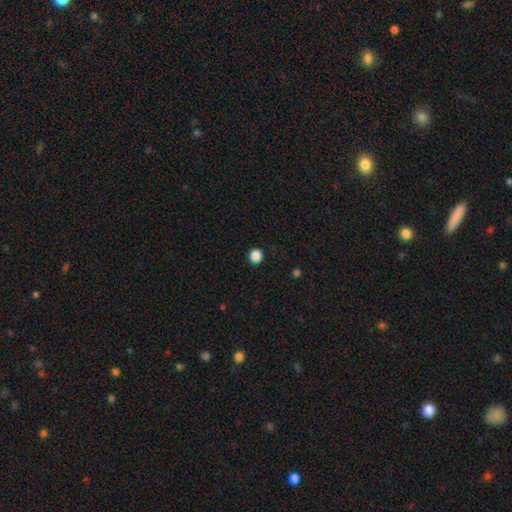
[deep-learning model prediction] This is clearly a smooth galaxy (87%). How rounded: clearly round (89%). Merging: clearly none (92%).